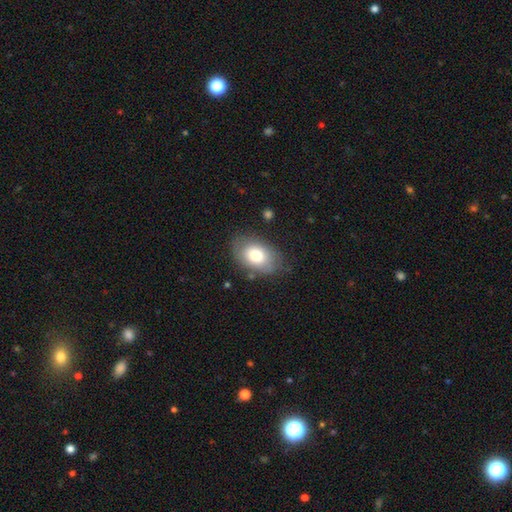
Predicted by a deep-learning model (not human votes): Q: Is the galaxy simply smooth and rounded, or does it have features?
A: smooth — 74%.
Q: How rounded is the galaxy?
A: in between — 86%.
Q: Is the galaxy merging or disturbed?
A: none — 74%.